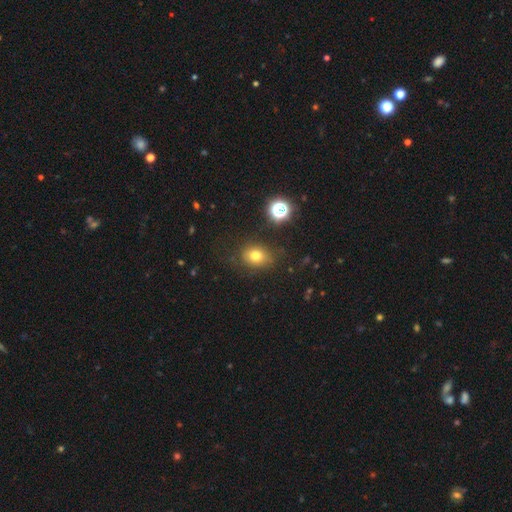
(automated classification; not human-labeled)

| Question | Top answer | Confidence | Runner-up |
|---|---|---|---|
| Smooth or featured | smooth | 74% | star or artifact (16%) |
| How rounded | in between | 54% | round (45%) |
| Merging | none | 78% | minor disturbance (14%) |